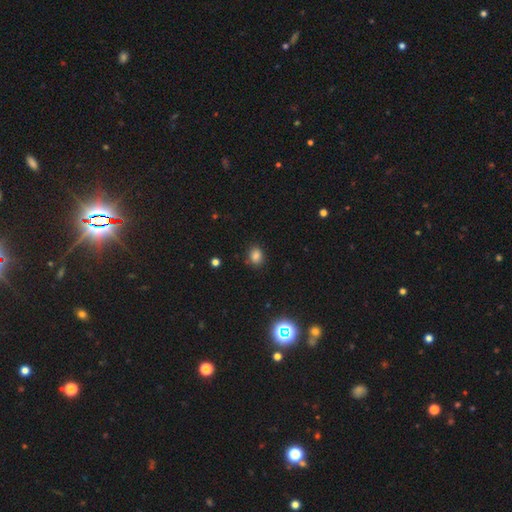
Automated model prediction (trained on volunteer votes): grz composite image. It shows a smooth galaxy with no disk features (81%) that is in between round and cigar-shaped (55%). Merging: none (84%).